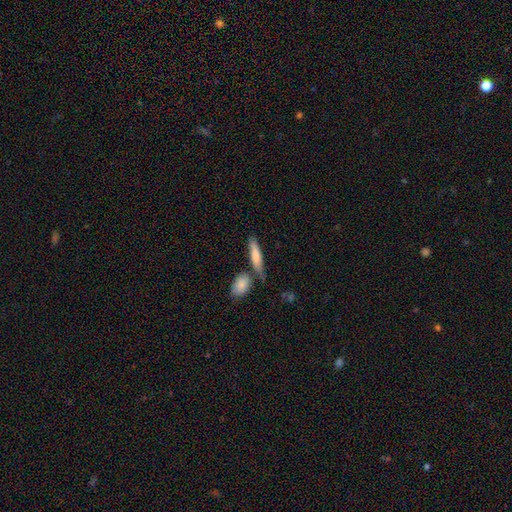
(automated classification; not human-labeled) This appears to be a smooth galaxy with no disk features (77%) that is cigar-shaped (72%). Merging: none (60%).